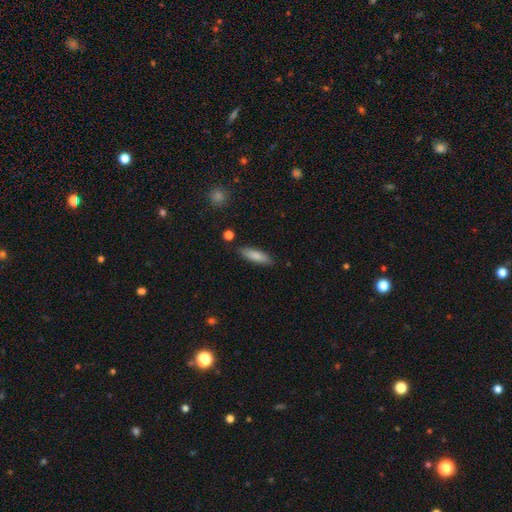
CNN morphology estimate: smooth 82%, featured or disk 11%, star or artifact 7%. Down the decision tree: how rounded — cigar-shaped (59%); merging — none (85%).